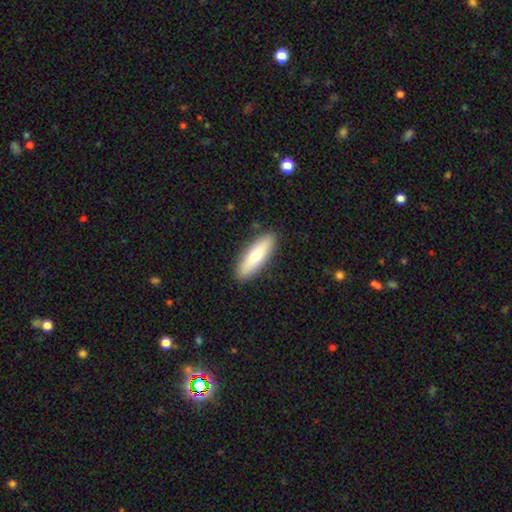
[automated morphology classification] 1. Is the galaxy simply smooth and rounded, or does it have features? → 69% smooth, 26% featured or disk, 5% star or artifact.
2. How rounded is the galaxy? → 51% cigar-shaped, 47% in between, 2% round.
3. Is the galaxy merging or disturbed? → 89% none, 8% minor disturbance, 2% major disturbance, 1% merger.